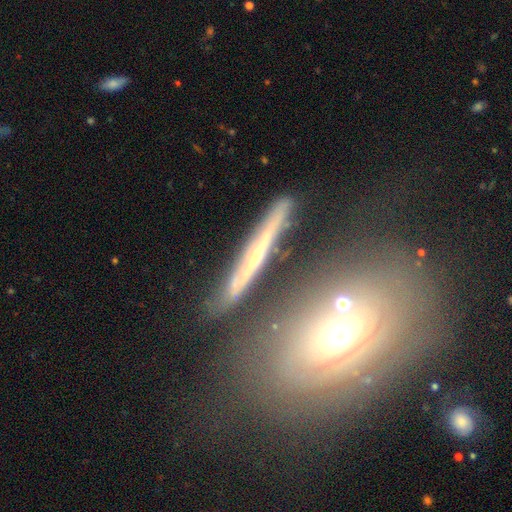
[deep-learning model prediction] Q: Smooth or featured?
A: featured or disk (67%); runner-up: smooth (25%)
Q: Edge-on disk?
A: yes (89%); runner-up: no (11%)
Q: Edge-on bulge?
A: rounded (47%); runner-up: none (46%)
Q: Merging?
A: none (77%); runner-up: minor disturbance (14%)